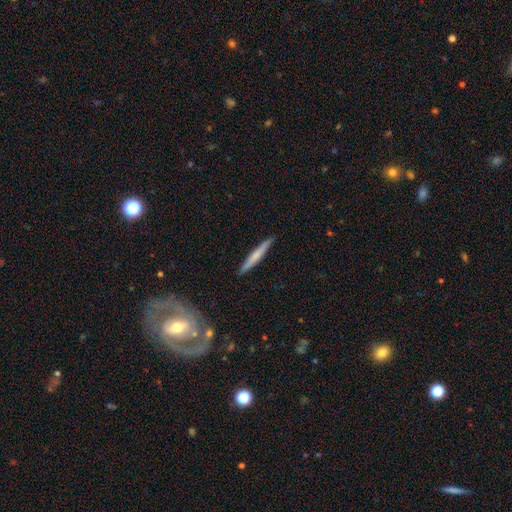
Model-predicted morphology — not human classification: smooth 58%, featured or disk 37%, star or artifact 6%. Down the decision tree: how rounded — cigar-shaped (96%); merging — none (91%).